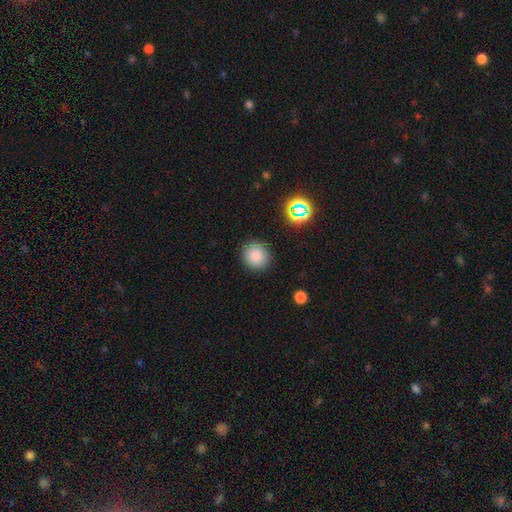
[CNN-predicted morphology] Smooth or featured?
  - smooth: 83% *
  - star or artifact: 12%
  - featured or disk: 5%
How rounded?
  - round: 90% *
  - in between: 9%
  - cigar-shaped: 1%
Merging?
  - none: 90% *
  - minor disturbance: 7%
  - major disturbance: 2%
  - merger: 1%